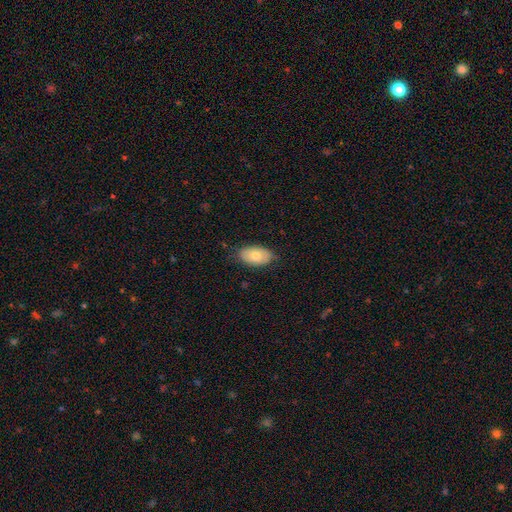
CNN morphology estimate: Smooth or featured? Predicted: smooth (p=0.71). How rounded? Predicted: in between (p=0.93). Merging? Predicted: none (p=0.79).